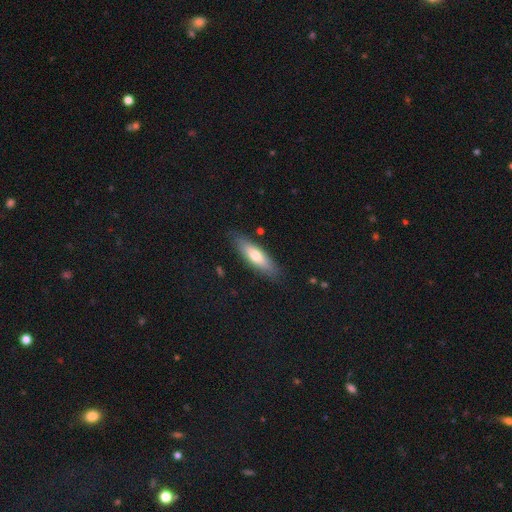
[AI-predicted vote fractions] Smooth or featured?
  - smooth: 65% *
  - featured or disk: 29%
  - star or artifact: 6%
How rounded?
  - cigar-shaped: 51% *
  - in between: 47%
  - round: 2%
Merging?
  - none: 83% *
  - minor disturbance: 13%
  - major disturbance: 3%
  - merger: 1%